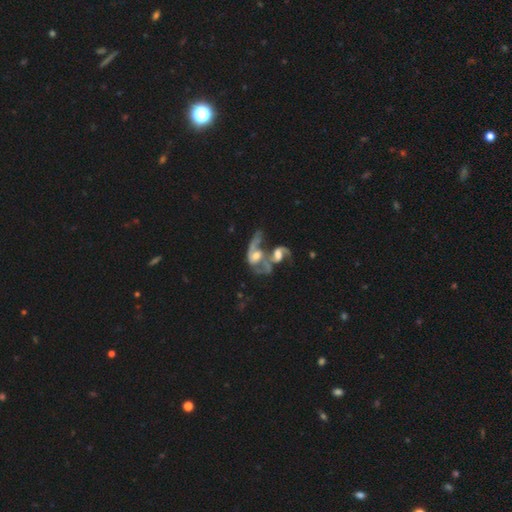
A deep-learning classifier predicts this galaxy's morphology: smooth-or-featured: featured or disk: 78% | smooth: 14% | star or artifact: 7%
  disk-edge-on: no: 96% | yes: 4%
    bar: no: 50% | weak: 37% | strong: 13%
    has-spiral-arms: yes: 85% | no: 15%
      spiral-winding: loose: 56% | medium: 33% | tight: 11%
      spiral-arm-count: 2: 67% | 1: 16% | can't tell: 12% | 3: 3% | 4: 1% | more than 4: 1%
    bulge-size: moderate: 55% | small: 20% | large: 16% | none: 8% | dominant: 2%
  merging: merger: 77% | major disturbance: 10% | none: 8% | minor disturbance: 5%